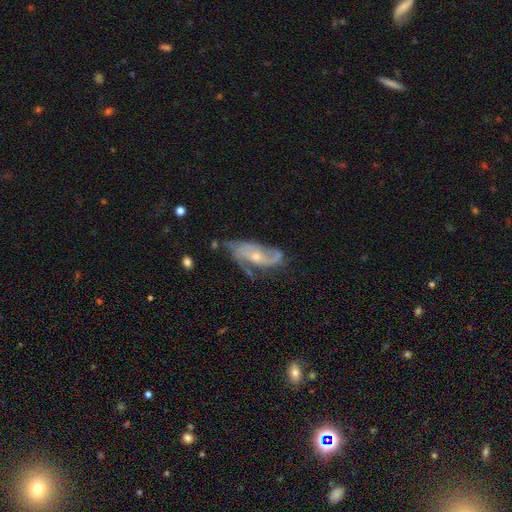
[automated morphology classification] Smooth or featured?
  - featured or disk: 81% *
  - smooth: 13%
  - star or artifact: 6%
Edge-on disk?
  - no: 93% *
  - yes: 7%
Bar?
  - no: 62% *
  - weak: 28%
  - strong: 9%
Spiral arms?
  - yes: 93% *
  - no: 7%
Spiral winding?
  - medium: 44% *
  - tight: 28%
  - loose: 28%
Spiral arm count?
  - 2: 54% *
  - 3: 19%
  - can't tell: 16%
  - 1: 5%
  - 4: 4%
  - more than 4: 3%
Bulge size?
  - small: 60% *
  - moderate: 36%
  - none: 2%
  - large: 1%
  - dominant: 1%
Merging?
  - none: 49% *
  - minor disturbance: 29%
  - major disturbance: 17%
  - merger: 4%